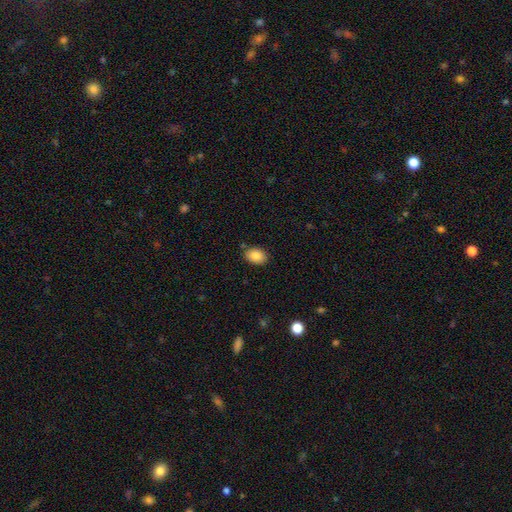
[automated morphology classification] Smooth or featured: smooth — 87% (star or artifact — 8%)
How rounded: in between — 77% (round — 22%)
Merging: none — 81% (minor disturbance — 13%)